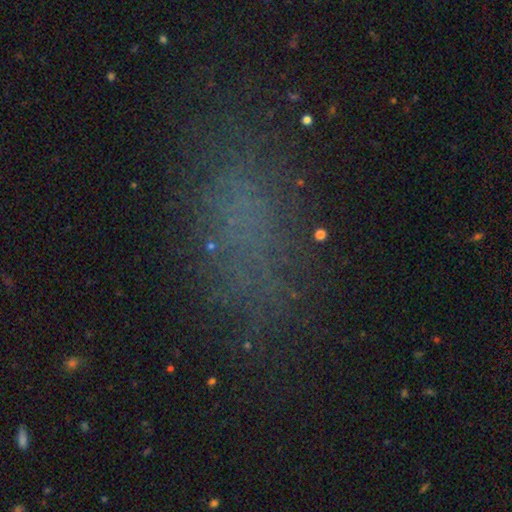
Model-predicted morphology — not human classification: A smooth galaxy with no disk features (47%). Merging: none (69%).